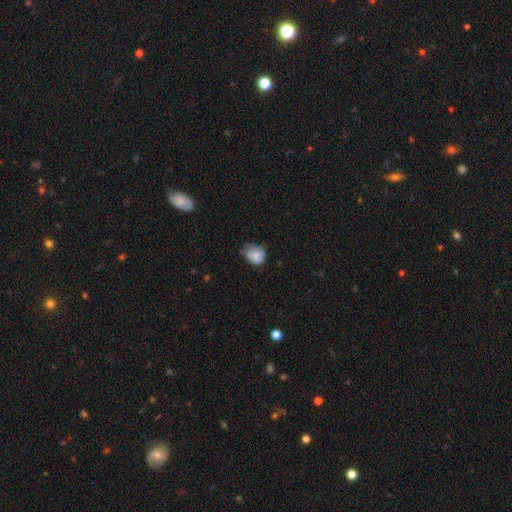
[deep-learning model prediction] smooth 81%, featured or disk 10%, star or artifact 9%. Down the decision tree: how rounded — in between (52%); merging — minor disturbance (44%).